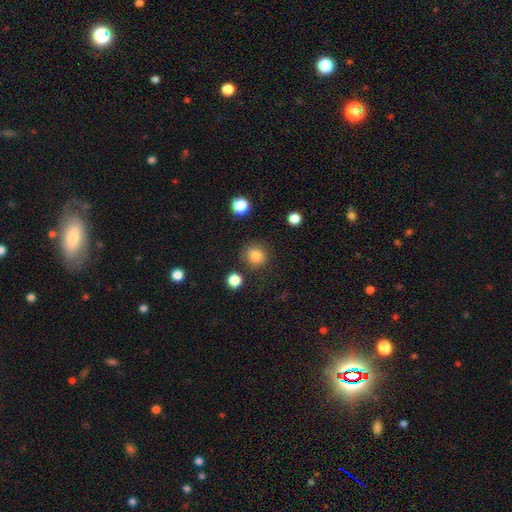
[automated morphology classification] Overall: smooth (85%). How rounded: round (89%). Merging: none (84%).